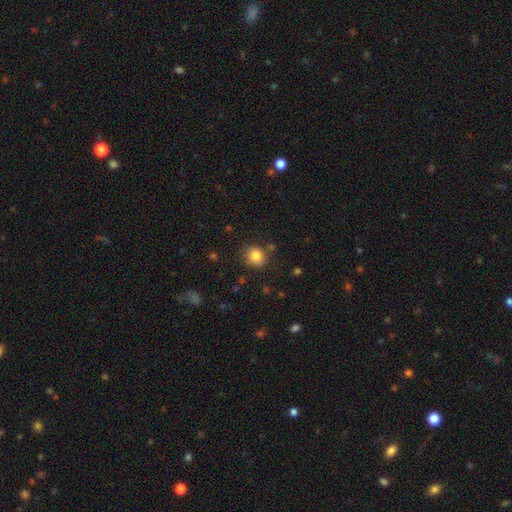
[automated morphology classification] Overall: smooth (84%). How rounded: round (81%). Merging: none (78%).